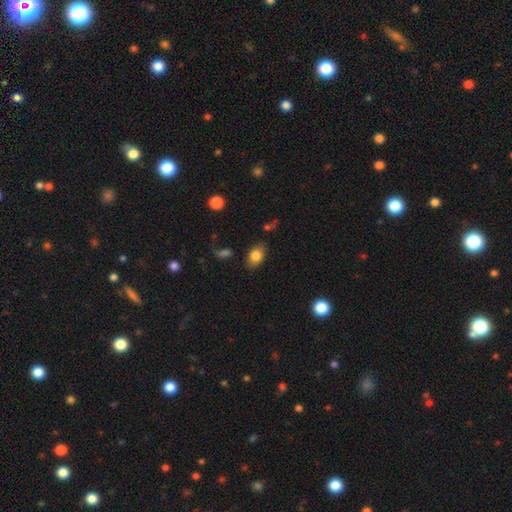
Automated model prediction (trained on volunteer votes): A smooth galaxy with no disk features (80%) that is in between round and cigar-shaped (83%). Merging: none (78%).